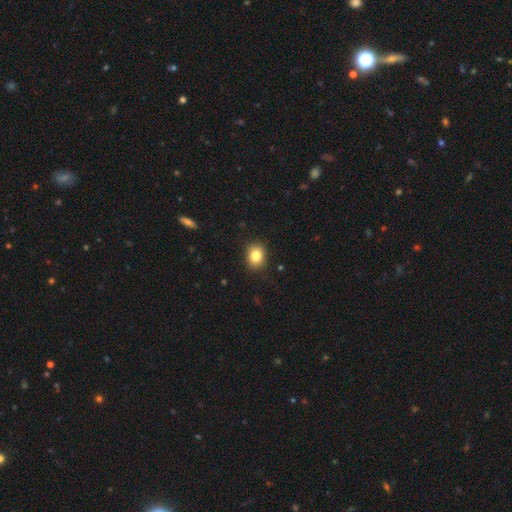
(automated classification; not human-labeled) Morphology: type=smooth (83%); roundness=round (58%); merging=none (88%).